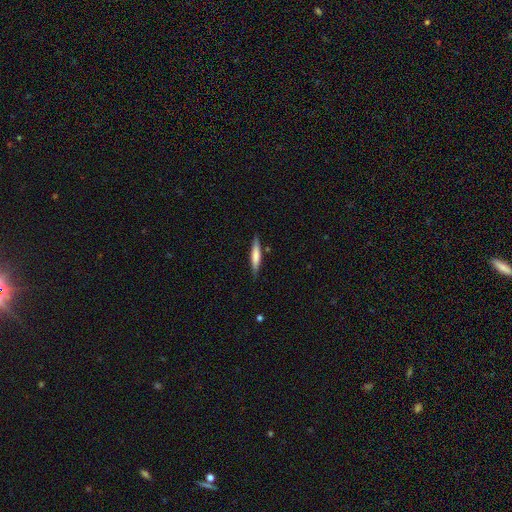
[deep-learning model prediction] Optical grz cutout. It shows a smooth galaxy with no disk features (64%) that is cigar-shaped (89%). Merging: none (85%).